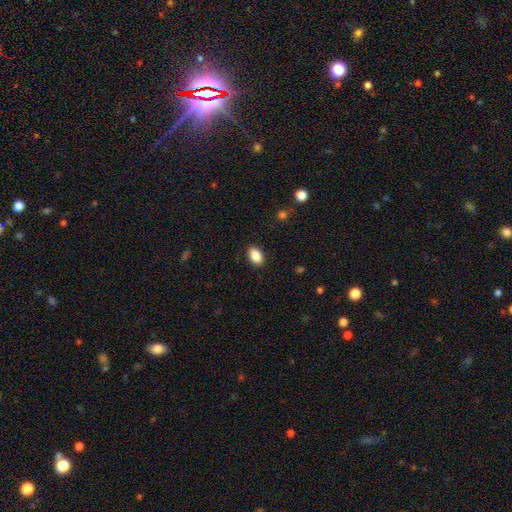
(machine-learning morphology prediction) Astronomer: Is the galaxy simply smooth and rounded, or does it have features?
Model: smooth — 88%.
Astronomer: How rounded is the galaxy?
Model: in between — 90%.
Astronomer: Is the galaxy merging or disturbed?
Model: none — 89%.